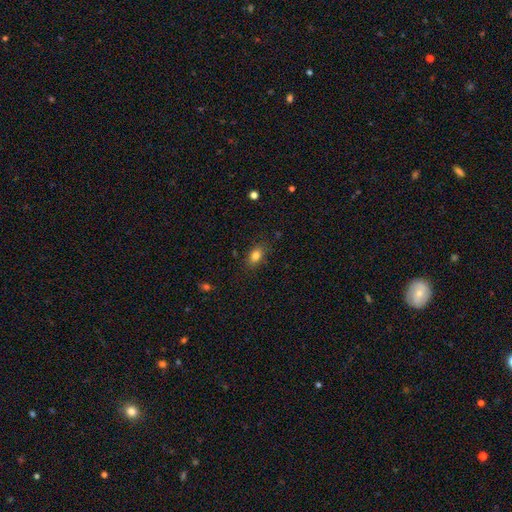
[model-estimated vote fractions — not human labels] Smooth or featured: smooth — 82% (star or artifact — 10%)
How rounded: in between — 83% (round — 15%)
Merging: none — 82% (minor disturbance — 13%)